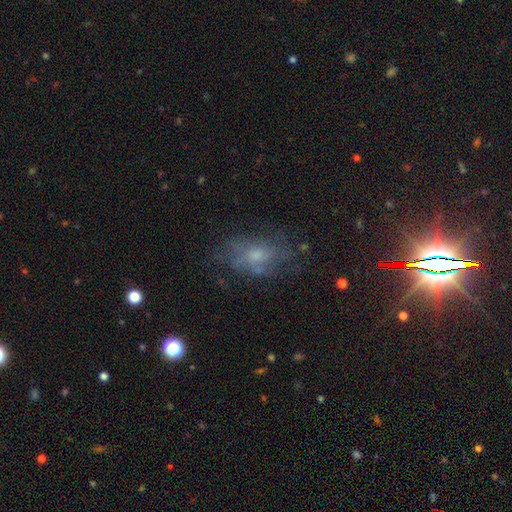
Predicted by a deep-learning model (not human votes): Smooth or featured?
  - featured or disk: 42% *
  - smooth: 41%
  - star or artifact: 17%
Merging?
  - none: 59% *
  - minor disturbance: 22%
  - major disturbance: 17%
  - merger: 2%